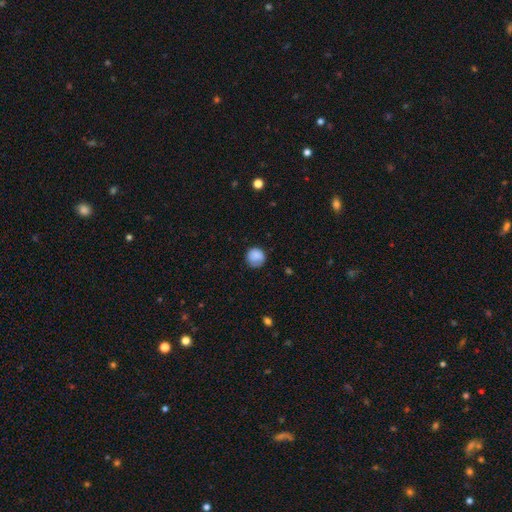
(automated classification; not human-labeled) smooth 85%, star or artifact 8%, featured or disk 8%. Down the decision tree: how rounded — round (89%); merging — none (71%).